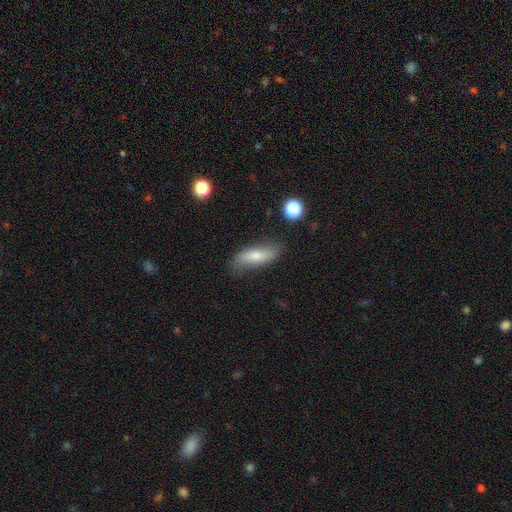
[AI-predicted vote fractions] smooth-or-featured: smooth: 60% | featured or disk: 31% | star or artifact: 8%
  how-rounded: cigar-shaped: 50% | in between: 47% | round: 3%
  merging: none: 75% | minor disturbance: 19% | major disturbance: 4% | merger: 2%